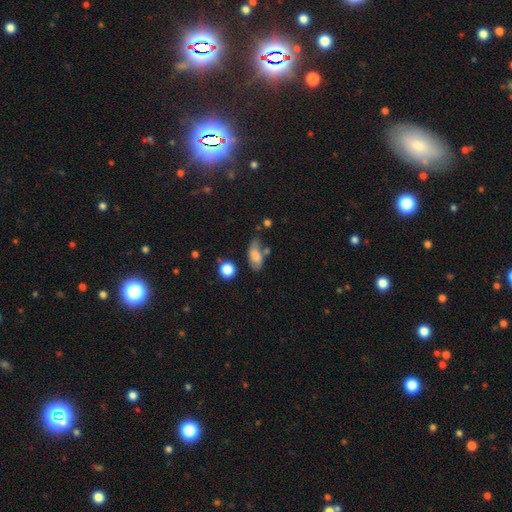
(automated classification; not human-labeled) This appears to be a smooth galaxy with no disk features (72%) that is in between round and cigar-shaped (85%). Merging: none (47%).